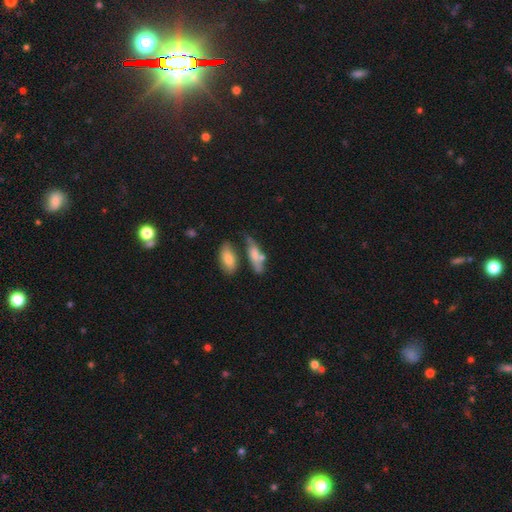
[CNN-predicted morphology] type=smooth (66%); roundness=in between (57%); merging=none (40%).